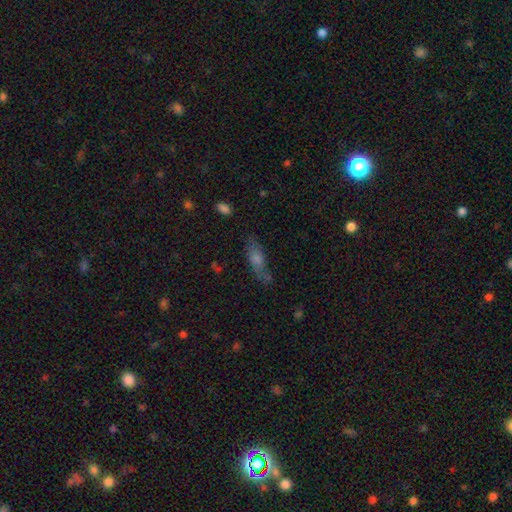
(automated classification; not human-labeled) Morphology: type=smooth (47%); merging=none (68%).